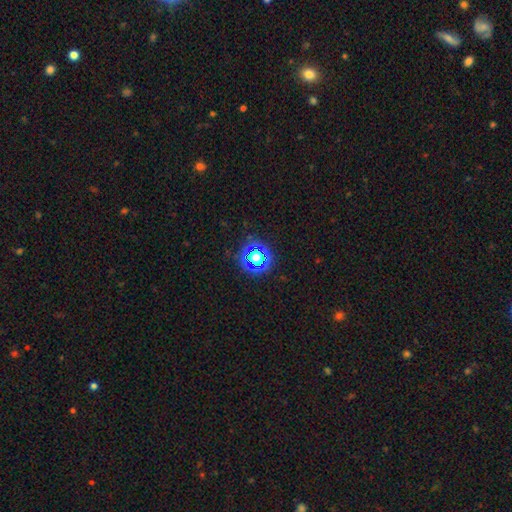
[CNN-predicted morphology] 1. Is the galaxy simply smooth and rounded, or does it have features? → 56% star or artifact, 33% smooth, 10% featured or disk.